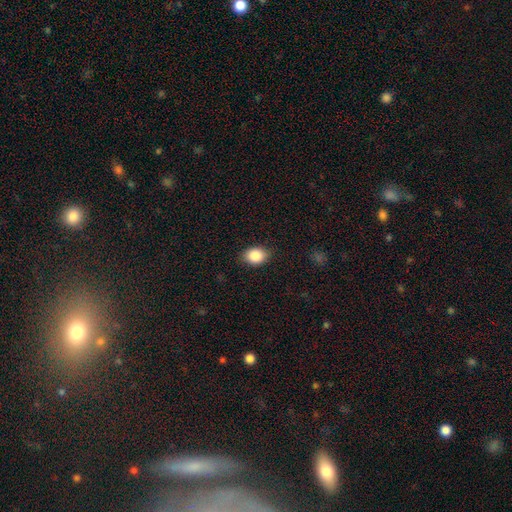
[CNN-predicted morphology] A smooth galaxy with no disk features (87%) that is in between round and cigar-shaped (65%). Merging: none (85%).